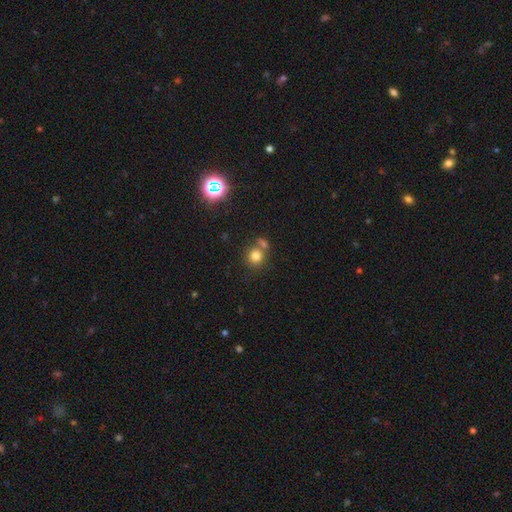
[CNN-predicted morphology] Smooth or featured? Predicted: smooth (p=0.78). How rounded? Predicted: round (p=0.86). Merging? Predicted: none (p=0.56).